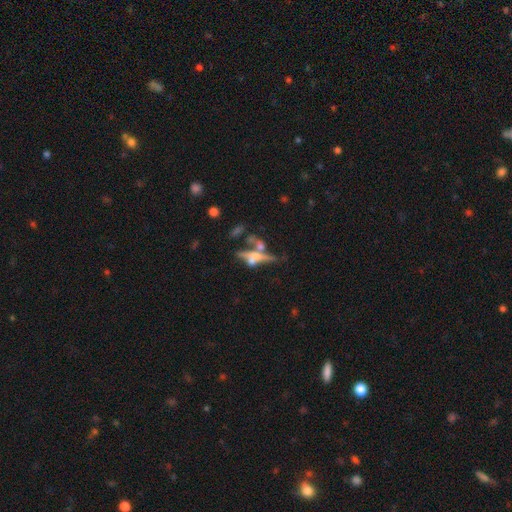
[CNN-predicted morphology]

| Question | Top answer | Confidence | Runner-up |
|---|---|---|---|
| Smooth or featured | featured or disk | 56% | smooth (31%) |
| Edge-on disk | yes | 68% | no (32%) |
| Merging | merger | 42% | none (35%) |